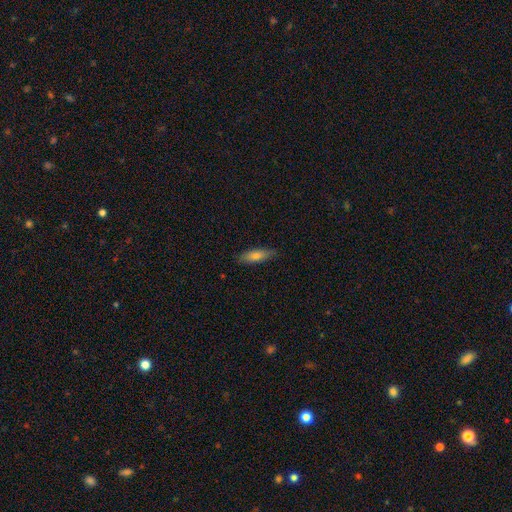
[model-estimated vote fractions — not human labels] A smooth galaxy with no disk features (75%) that is in between round and cigar-shaped (50%). Merging: none (84%).